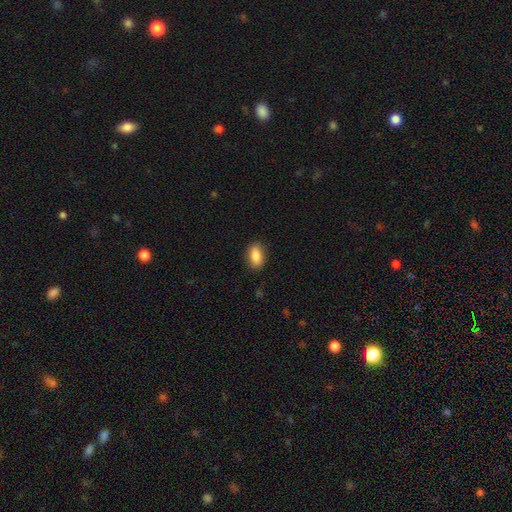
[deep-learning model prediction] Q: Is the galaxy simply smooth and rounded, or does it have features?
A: smooth — 87%.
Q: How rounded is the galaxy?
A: in between — 89%.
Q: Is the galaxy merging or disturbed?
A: none — 85%.